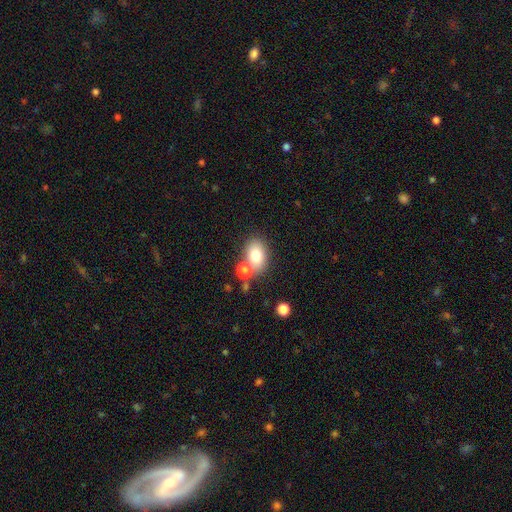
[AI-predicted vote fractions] smooth_or_featured: smooth (p=0.76) [alt: featured or disk p=0.13]
how_rounded: in between (p=0.72) [alt: round p=0.27]
merging: none (p=0.61) [alt: merger p=0.23]